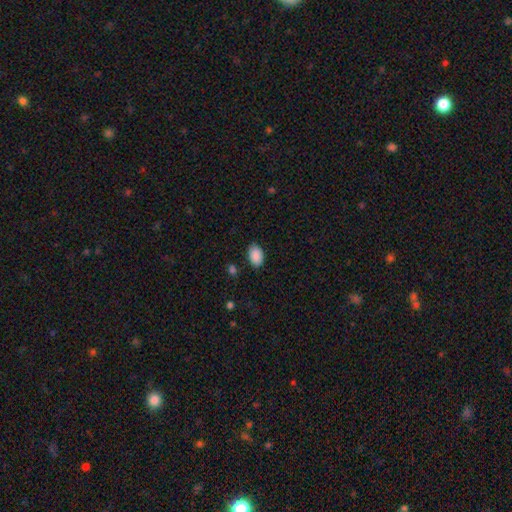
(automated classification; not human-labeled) A smooth galaxy with no disk features (89%) that is in between round and cigar-shaped (88%). Merging: none (85%).